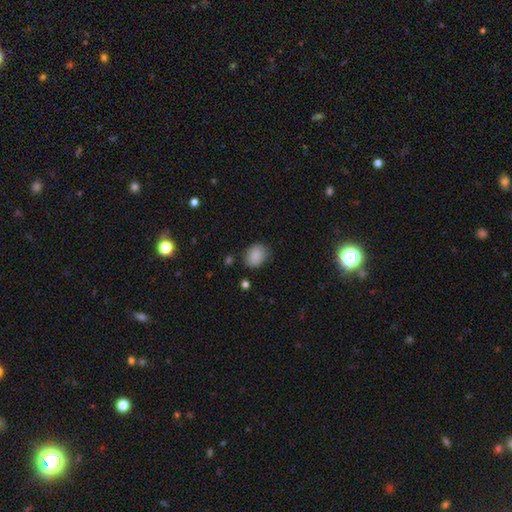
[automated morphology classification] The model was most divided on "how rounded": in between: 56%, round: 43%, cigar-shaped: 1%. More confident: smooth or featured — smooth (86%); merging — none (76%).